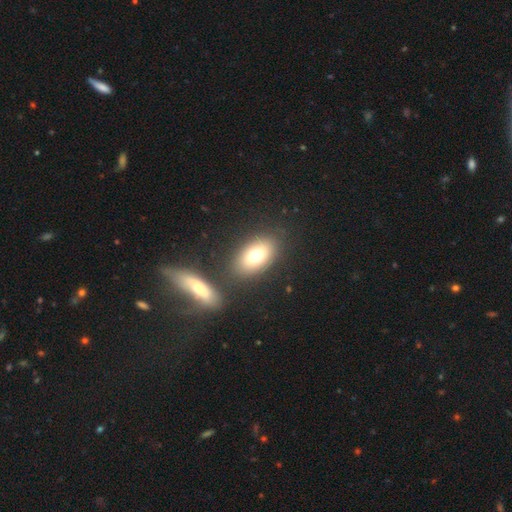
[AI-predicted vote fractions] A smooth galaxy with no disk features (73%) that is in between round and cigar-shaped (85%).

Vote fractions:
- Smooth or featured? smooth: 73% / featured or disk: 17% / star or artifact: 10%
- How rounded? in between: 85% / round: 12% / cigar-shaped: 3%
- Merging? none: 77% / minor disturbance: 10% / merger: 9% / major disturbance: 4%